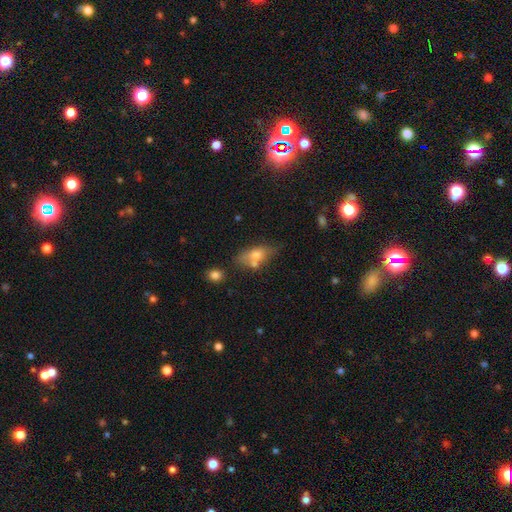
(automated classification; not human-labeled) The model was most divided on "merging": none: 49%, merger: 25%, minor disturbance: 19%, major disturbance: 7%. More confident: how rounded — in between (79%); smooth or featured — smooth (65%).